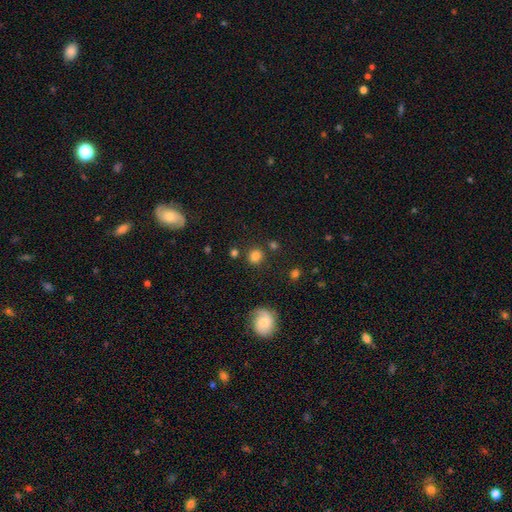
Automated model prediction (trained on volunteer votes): smooth 80%, star or artifact 12%, featured or disk 7%. Down the decision tree: how rounded — round (85%); merging — none (83%).